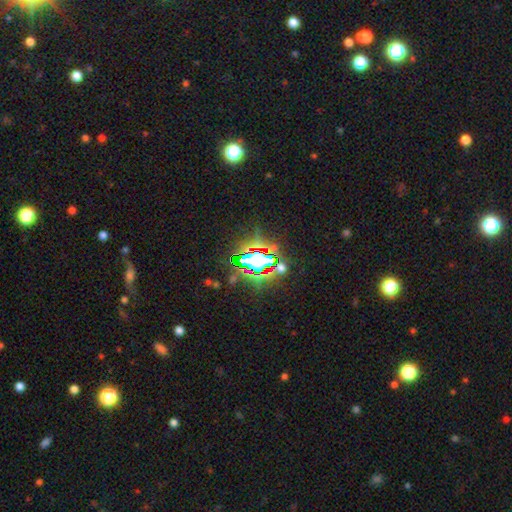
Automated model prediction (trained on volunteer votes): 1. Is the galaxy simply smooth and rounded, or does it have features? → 75% star or artifact, 13% smooth, 12% featured or disk.